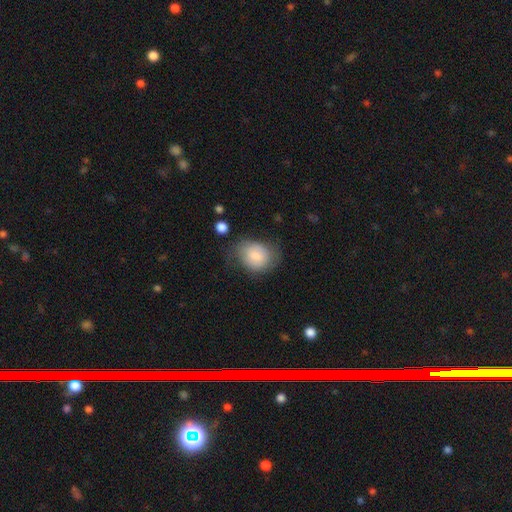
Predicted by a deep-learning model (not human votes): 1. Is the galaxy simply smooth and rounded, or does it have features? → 75% smooth, 17% featured or disk, 7% star or artifact.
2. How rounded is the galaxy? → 51% round, 48% in between, 1% cigar-shaped.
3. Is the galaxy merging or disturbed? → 55% none, 29% minor disturbance, 13% major disturbance, 3% merger.